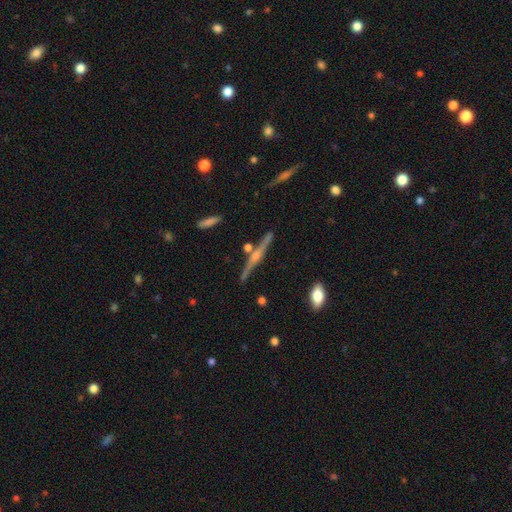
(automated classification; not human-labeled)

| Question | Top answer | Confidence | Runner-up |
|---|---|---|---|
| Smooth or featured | featured or disk | 81% | smooth (13%) |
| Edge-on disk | yes | 98% | no (2%) |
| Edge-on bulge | rounded | 87% | boxy (7%) |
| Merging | none | 84% | minor disturbance (9%) |